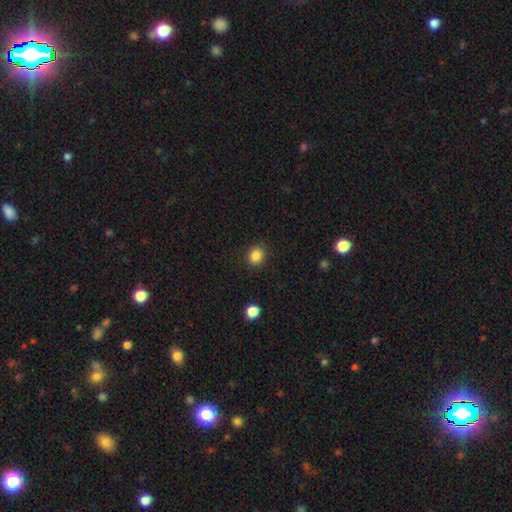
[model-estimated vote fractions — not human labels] A smooth galaxy with no disk features (85%) that is round (79%). Merging: none (90%).